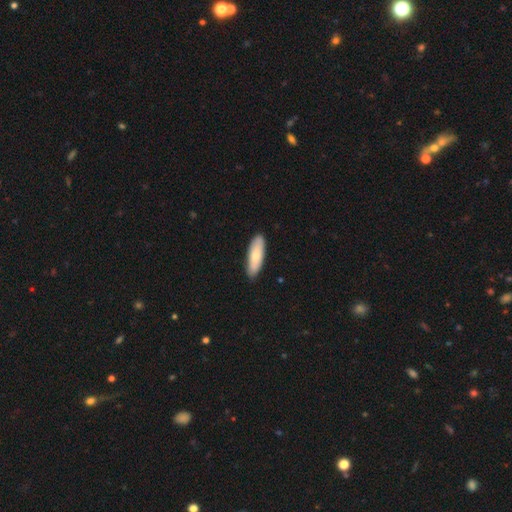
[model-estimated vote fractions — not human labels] Morphology: type=smooth (76%); roundness=in between (57%); merging=none (88%).